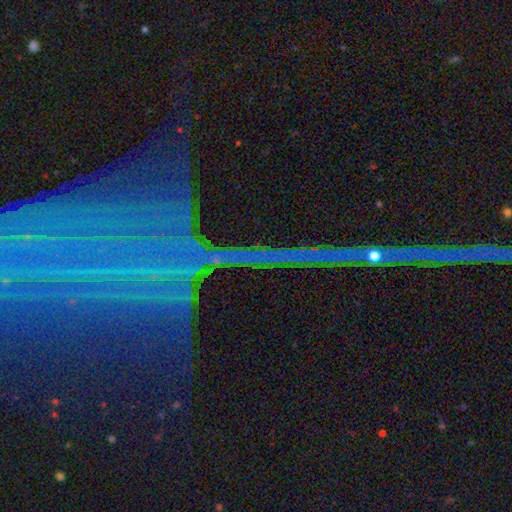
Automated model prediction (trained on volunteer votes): A star or artifact, not a galaxy (74%).